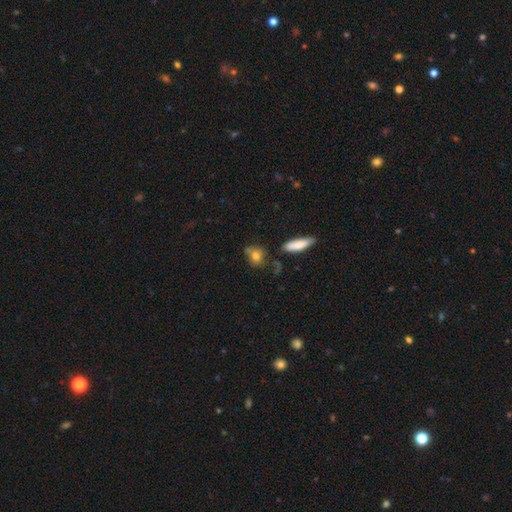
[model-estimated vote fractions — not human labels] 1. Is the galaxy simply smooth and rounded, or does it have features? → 76% smooth, 14% featured or disk, 10% star or artifact.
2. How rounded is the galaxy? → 54% round, 40% in between, 5% cigar-shaped.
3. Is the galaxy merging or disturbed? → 57% none, 21% minor disturbance, 15% merger, 7% major disturbance.